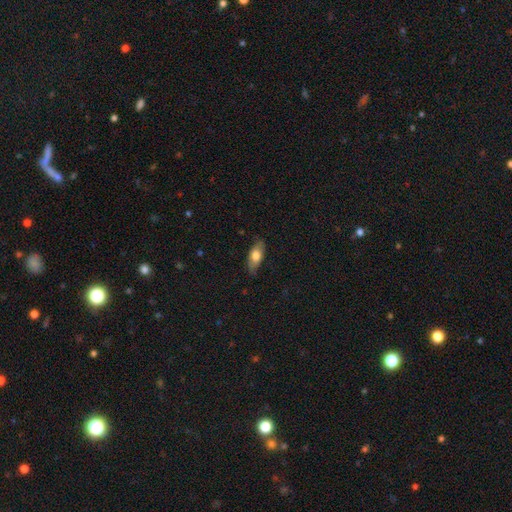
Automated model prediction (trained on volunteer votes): Smooth or featured? smooth (69%)
How rounded? in between (81%)
Merging? none (78%)